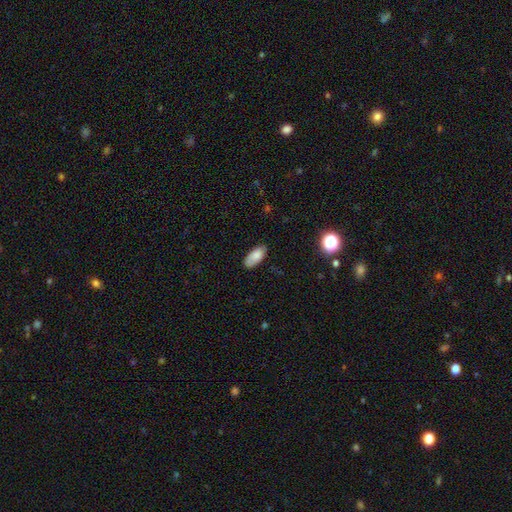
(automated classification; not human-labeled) Smooth or featured? Predicted: smooth (p=0.81). How rounded? Predicted: in between (p=0.90). Merging? Predicted: none (p=0.78).